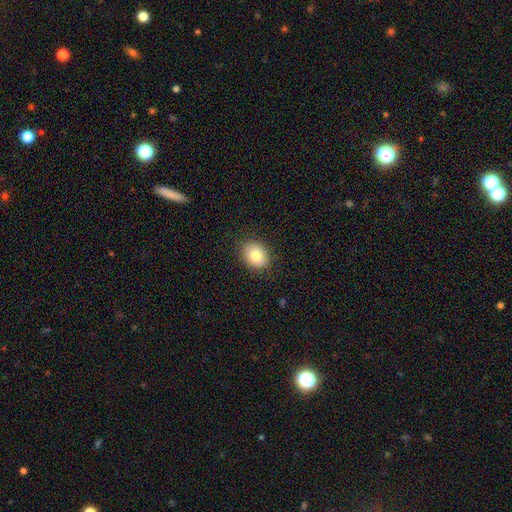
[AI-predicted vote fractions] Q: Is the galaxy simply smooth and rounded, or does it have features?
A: smooth — 80%.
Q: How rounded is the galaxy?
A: in between — 54%.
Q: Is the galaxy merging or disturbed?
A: none — 87%.